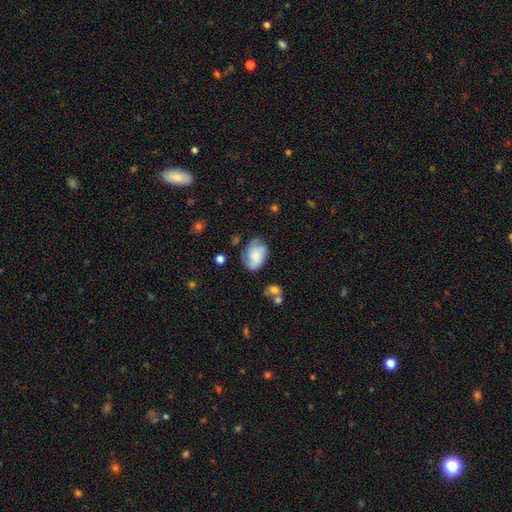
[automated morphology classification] A smooth galaxy with no disk features (50%) that is in between round and cigar-shaped (77%). Merging: none (59%).